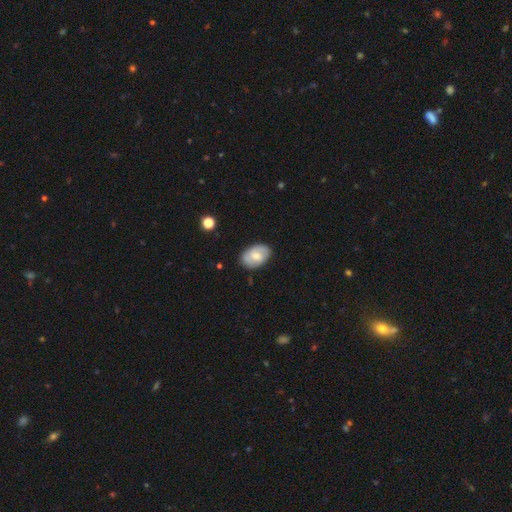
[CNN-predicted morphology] Overall: smooth (55%; featured or disk 38%). How rounded: in between (86%). Merging: none (80%).